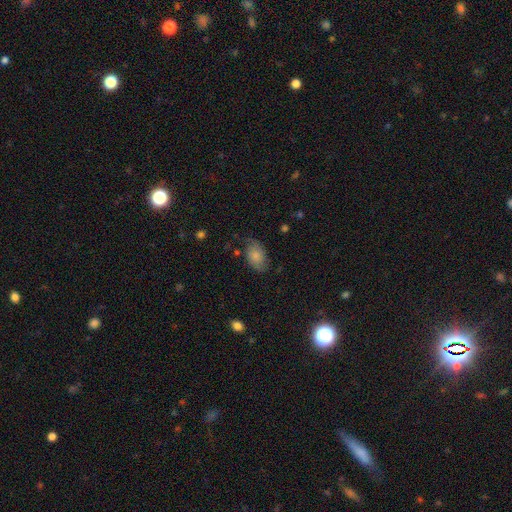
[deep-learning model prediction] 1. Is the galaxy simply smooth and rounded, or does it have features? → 72% smooth, 20% featured or disk, 8% star or artifact.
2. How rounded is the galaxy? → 90% in between, 8% round, 2% cigar-shaped.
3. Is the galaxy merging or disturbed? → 62% none, 27% minor disturbance, 10% major disturbance, 2% merger.